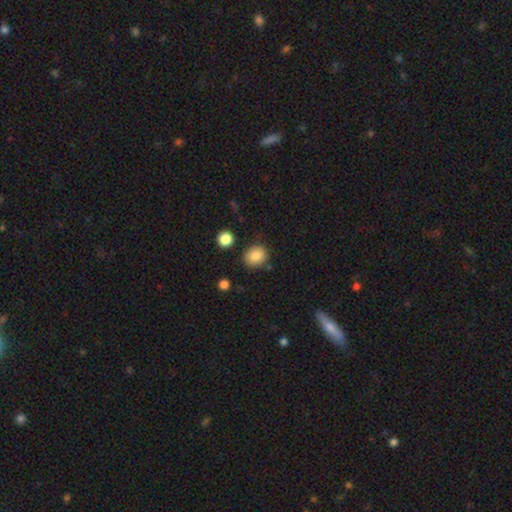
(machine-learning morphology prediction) Smooth or featured: smooth — 85% (star or artifact — 9%)
How rounded: round — 64% (in between — 35%)
Merging: none — 79% (minor disturbance — 13%)